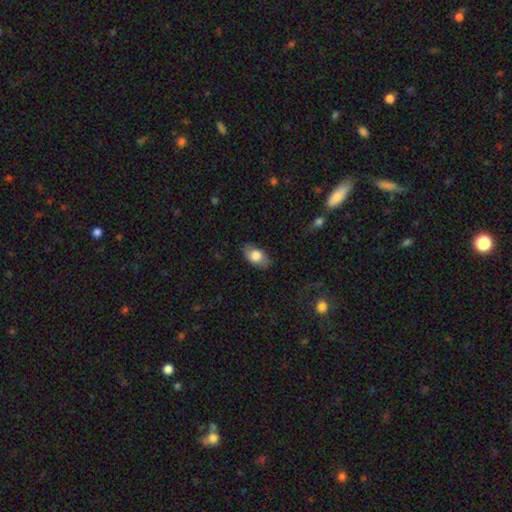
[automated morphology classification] Smooth or featured?
  - smooth: 74% *
  - featured or disk: 19%
  - star or artifact: 7%
How rounded?
  - in between: 90% *
  - round: 6%
  - cigar-shaped: 3%
Merging?
  - none: 81% *
  - minor disturbance: 14%
  - major disturbance: 4%
  - merger: 1%